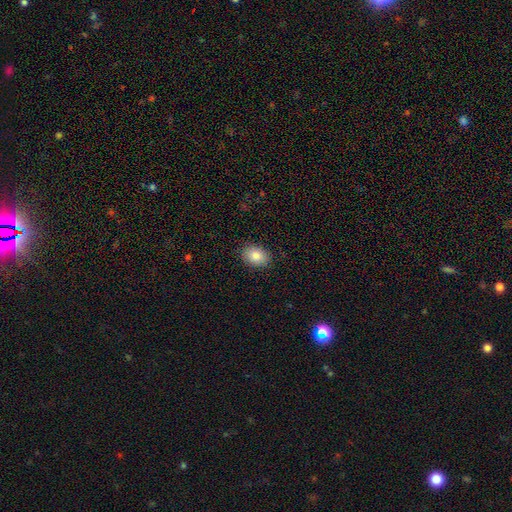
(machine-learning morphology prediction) A smooth galaxy with no disk features (84%) that is in between round and cigar-shaped (74%).

Vote fractions:
- Smooth or featured? smooth: 84% / star or artifact: 8% / featured or disk: 8%
- How rounded? in between: 74% / round: 25% / cigar-shaped: 1%
- Merging? none: 88% / minor disturbance: 9% / major disturbance: 2% / merger: 1%